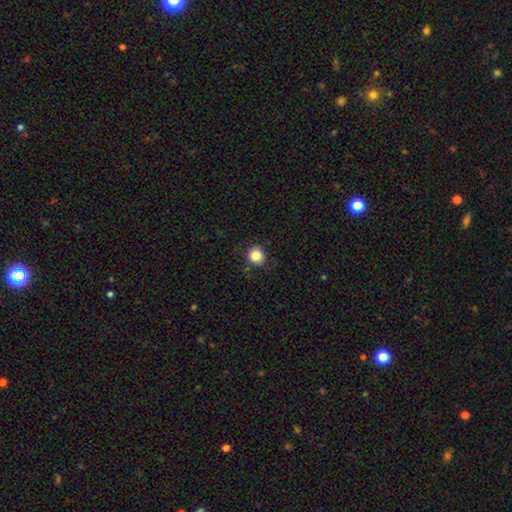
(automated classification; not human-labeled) A smooth galaxy with no disk features (84%) that is round (90%). Merging: none (88%).